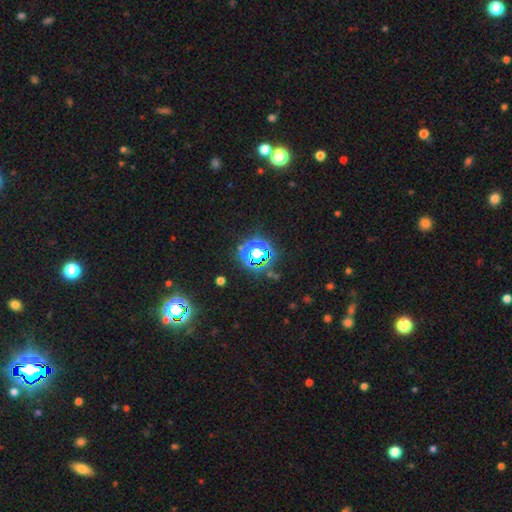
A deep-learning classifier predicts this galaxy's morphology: smooth-or-featured: star or artifact: 67% | smooth: 23% | featured or disk: 10%